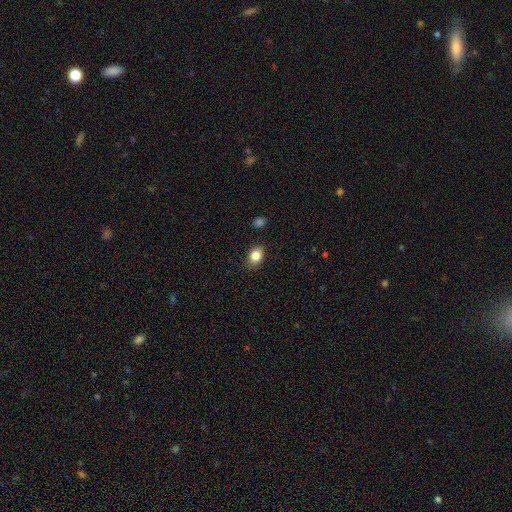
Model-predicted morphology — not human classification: smooth-or-featured: smooth: 85% | star or artifact: 9% | featured or disk: 6%
  how-rounded: in between: 71% | round: 28% | cigar-shaped: 1%
  merging: none: 83% | minor disturbance: 13% | major disturbance: 3% | merger: 2%